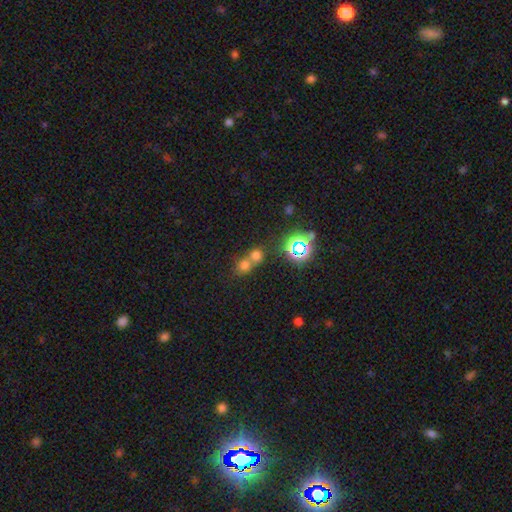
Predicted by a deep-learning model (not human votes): Q: Smooth or featured?
A: smooth (60%); runner-up: star or artifact (30%)
Q: How rounded?
A: round (80%); runner-up: in between (18%)
Q: Merging?
A: merger (55%); runner-up: none (37%)